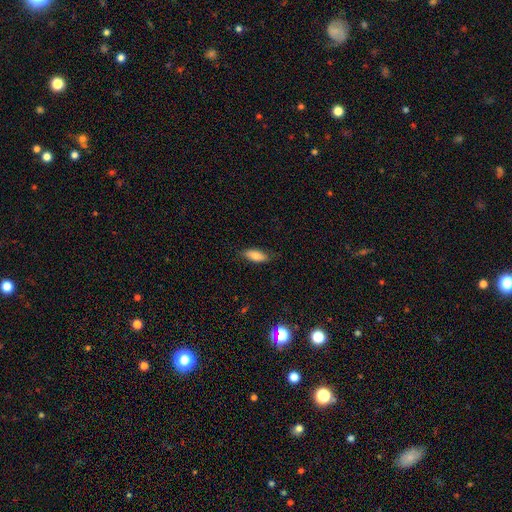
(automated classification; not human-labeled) Smooth or featured: smooth — 81% (featured or disk — 12%)
How rounded: in between — 78% (cigar-shaped — 20%)
Merging: none — 80% (minor disturbance — 16%)